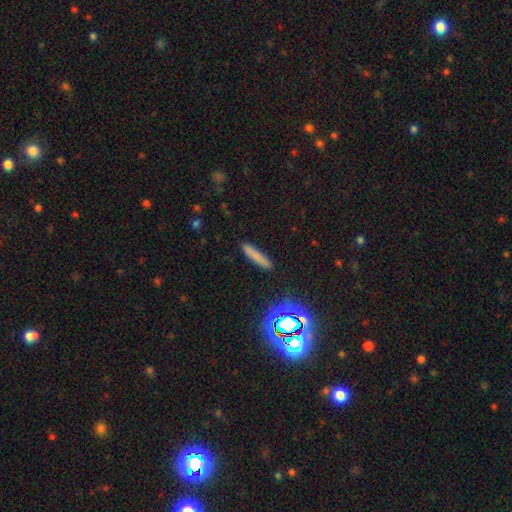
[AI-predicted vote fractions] Morphology: type=smooth (74%); roundness=cigar-shaped (89%); merging=none (87%).